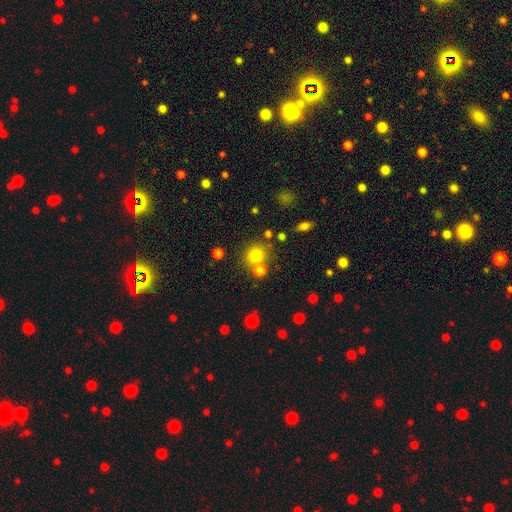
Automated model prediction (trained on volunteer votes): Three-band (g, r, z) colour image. It shows a smooth galaxy with no disk features (78%) that is round (86%). Merging: none (67%).